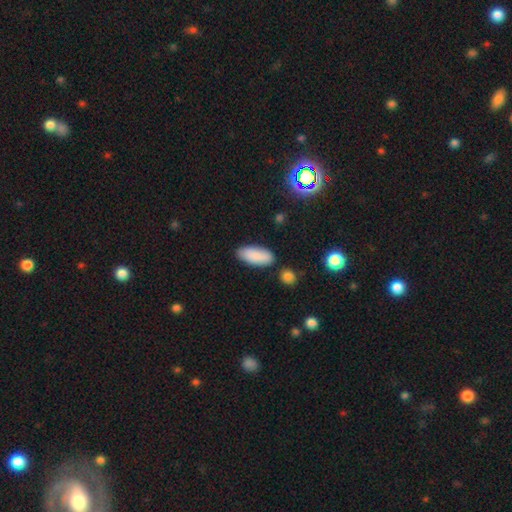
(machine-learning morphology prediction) This appears to be a smooth galaxy with no disk features (88%) that is in between round and cigar-shaped (86%). Merging: none (79%).